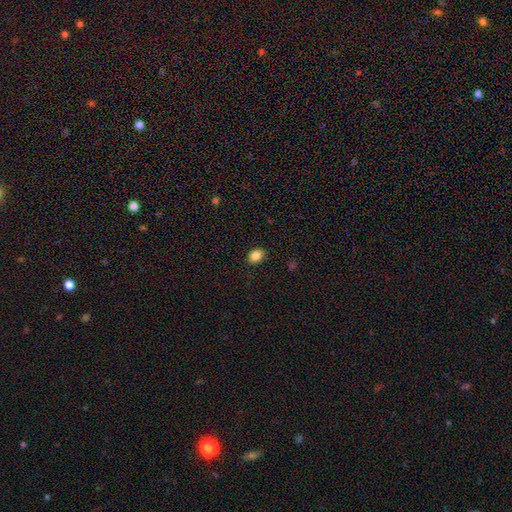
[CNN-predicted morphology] smooth-or-featured: smooth: 85% | star or artifact: 10% | featured or disk: 5%
  how-rounded: in between: 60% | round: 39% | cigar-shaped: 1%
  merging: none: 88% | minor disturbance: 9% | major disturbance: 2% | merger: 1%